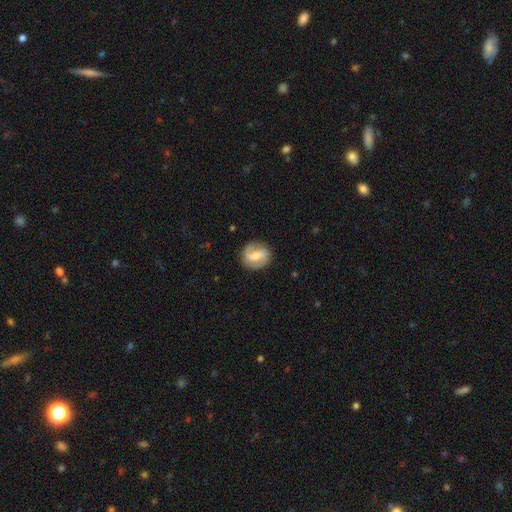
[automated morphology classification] Smooth or featured? featured or disk (75%)
Edge-on disk? no (97%)
Bar? weak (46%)
Spiral arms? yes (93%)
Spiral winding? medium (47%)
Spiral arm count? 2 (90%)
Bulge size? moderate (49%)
Merging? none (85%)